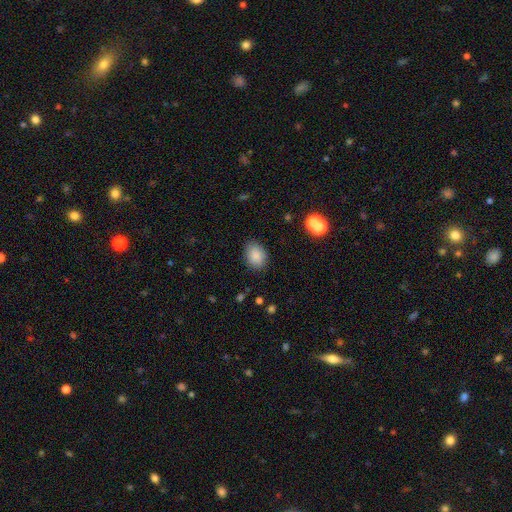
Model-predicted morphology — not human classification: Smooth or featured? Predicted: smooth (p=0.86). How rounded? Predicted: in between (p=0.74). Merging? Predicted: none (p=0.84).